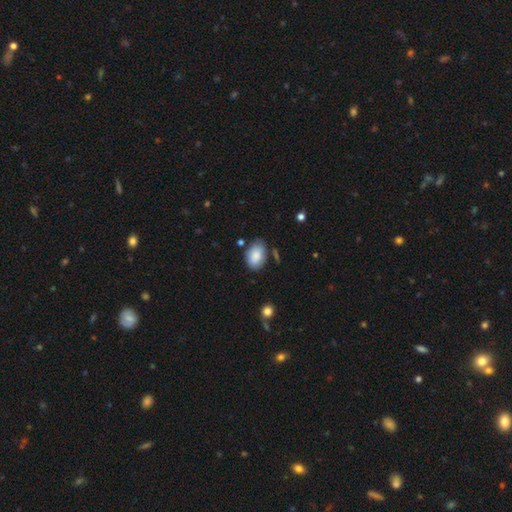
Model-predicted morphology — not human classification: A smooth galaxy with no disk features (85%) that is in between round and cigar-shaped (89%). Merging: none (68%).